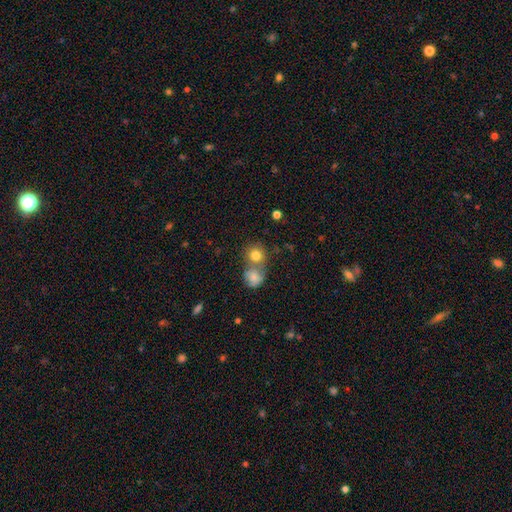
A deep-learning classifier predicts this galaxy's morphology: This appears to be a smooth galaxy with no disk features (81%) that is round (82%). Merging: merger (48%).